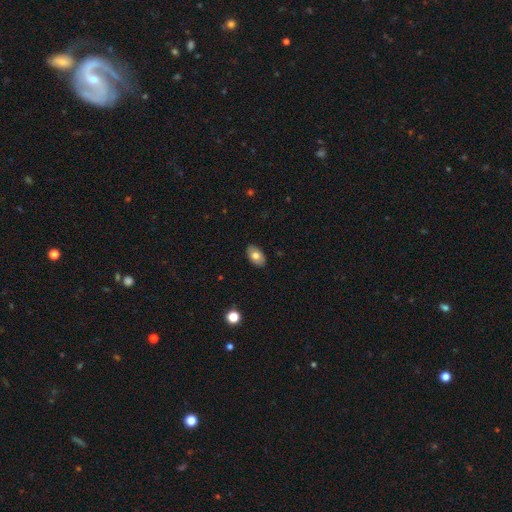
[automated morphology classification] A smooth galaxy with no disk features (75%) that is in between round and cigar-shaped (93%).

Vote fractions:
- Smooth or featured? smooth: 75% / featured or disk: 18% / star or artifact: 7%
- How rounded? in between: 93% / round: 6% / cigar-shaped: 1%
- Merging? none: 87% / minor disturbance: 10% / major disturbance: 2% / merger: 1%